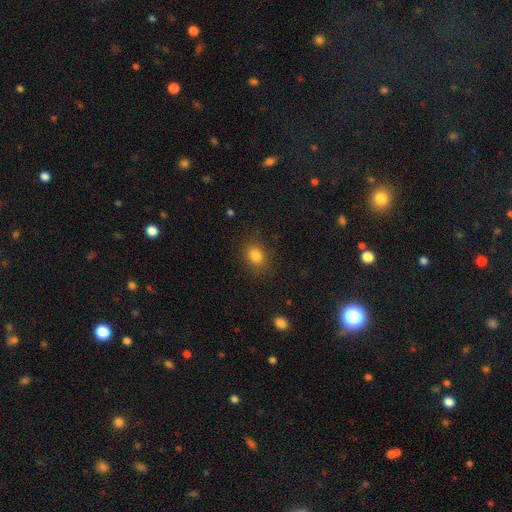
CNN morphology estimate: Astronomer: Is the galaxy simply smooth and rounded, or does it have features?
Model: smooth — 83%.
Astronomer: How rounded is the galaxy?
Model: in between — 53% (runner-up: round, 46%).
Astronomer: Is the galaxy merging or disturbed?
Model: none — 85%.